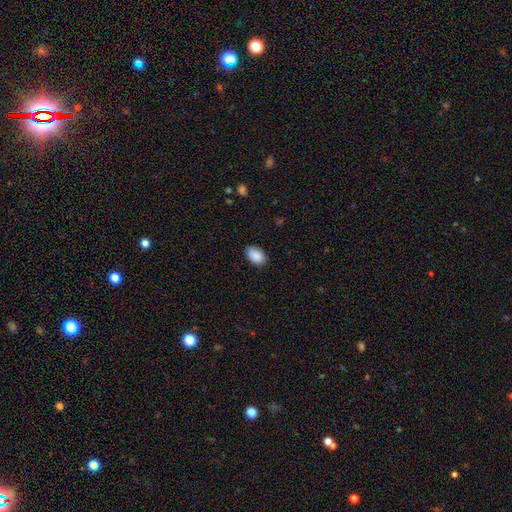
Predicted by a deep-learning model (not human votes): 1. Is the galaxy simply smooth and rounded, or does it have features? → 90% smooth, 7% star or artifact, 4% featured or disk.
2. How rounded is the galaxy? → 88% in between, 11% round, 1% cigar-shaped.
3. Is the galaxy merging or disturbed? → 85% none, 12% minor disturbance, 2% major disturbance, 1% merger.